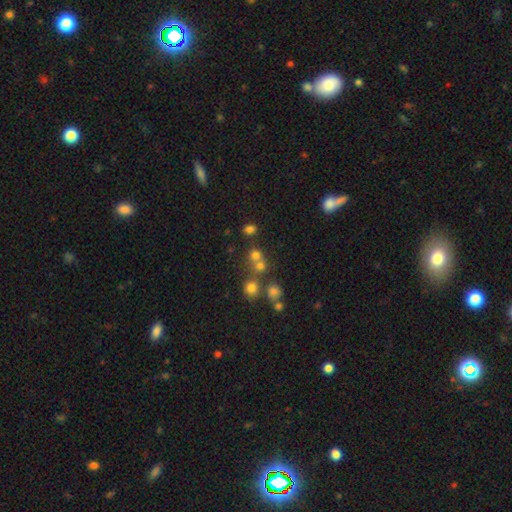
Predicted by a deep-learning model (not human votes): smooth-or-featured: smooth: 67% | star or artifact: 21% | featured or disk: 12%
  how-rounded: round: 80% | in between: 19% | cigar-shaped: 1%
  merging: none: 55% | merger: 33% | minor disturbance: 8% | major disturbance: 4%